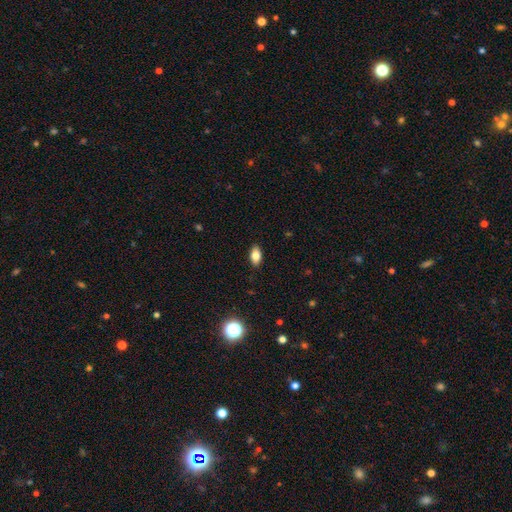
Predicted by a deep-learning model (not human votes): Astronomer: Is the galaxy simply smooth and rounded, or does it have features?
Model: smooth — 81%.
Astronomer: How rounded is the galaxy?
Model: in between — 89%.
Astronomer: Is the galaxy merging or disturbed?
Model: none — 89%.